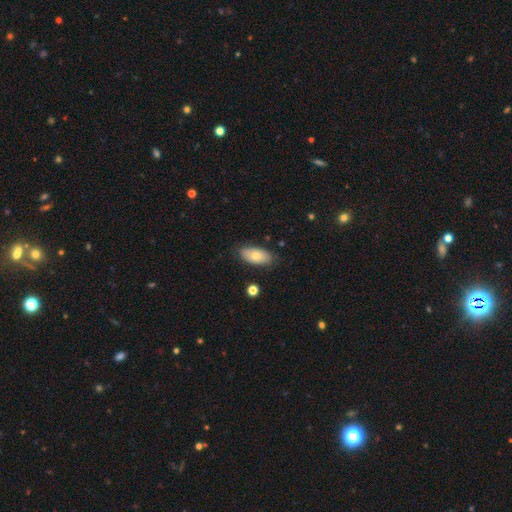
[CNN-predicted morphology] Smooth or featured? Predicted: smooth (p=0.71). How rounded? Predicted: in between (p=0.92). Merging? Predicted: none (p=0.79).